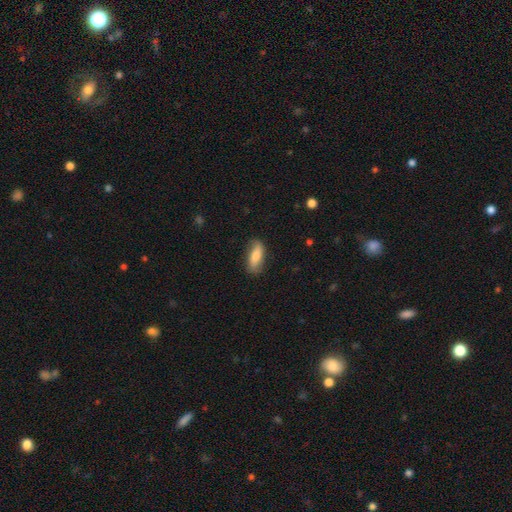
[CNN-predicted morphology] smooth 63%, featured or disk 31%, star or artifact 7%. Down the decision tree: how rounded — in between (67%); merging — none (76%).